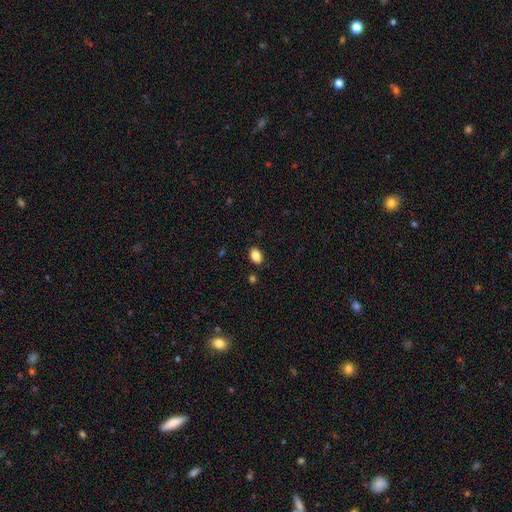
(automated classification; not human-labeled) Overall: smooth (87%). How rounded: in between (86%). Merging: none (88%).